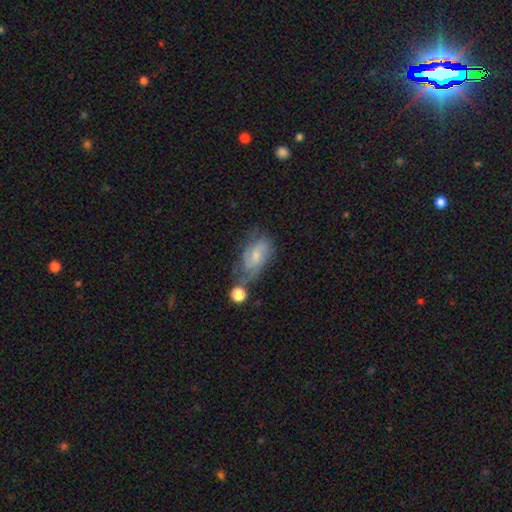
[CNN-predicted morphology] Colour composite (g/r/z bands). It shows a featured or disk galaxy (53%) with no bar (58%), spiral arms (82%) and a small central bulge (55%). Merging: none (39%).